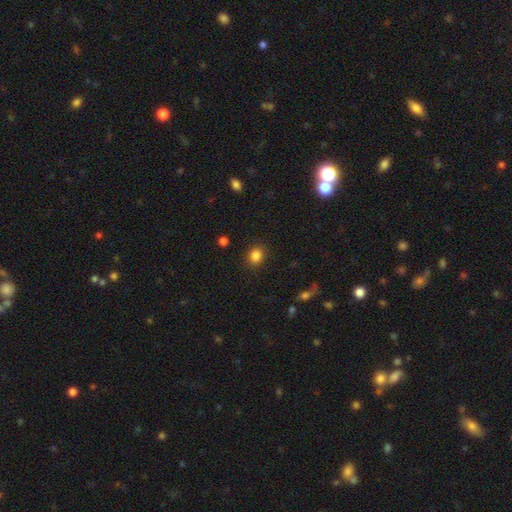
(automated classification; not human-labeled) Smooth or featured?
  - smooth: 84% *
  - star or artifact: 11%
  - featured or disk: 5%
How rounded?
  - round: 57% *
  - in between: 42%
  - cigar-shaped: 1%
Merging?
  - none: 88% *
  - minor disturbance: 8%
  - major disturbance: 3%
  - merger: 1%